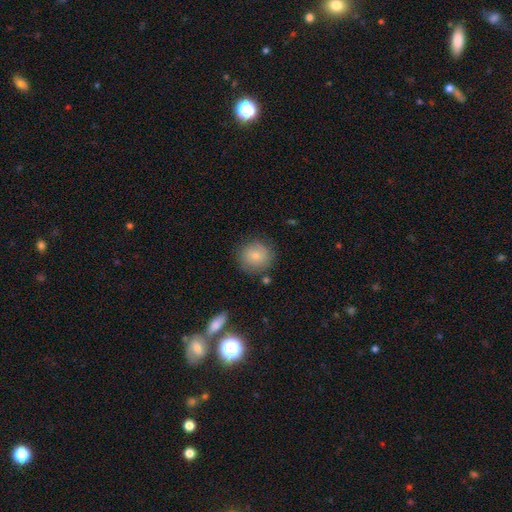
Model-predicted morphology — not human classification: Smooth or featured? smooth (79%)
How rounded? round (91%)
Merging? none (80%)